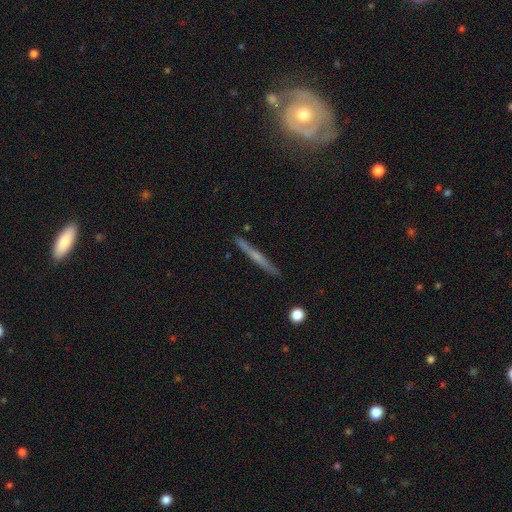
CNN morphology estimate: Smooth or featured? Predicted: featured or disk (p=0.58). Edge-on disk? Predicted: yes (p=0.97). Edge-on bulge? Predicted: none (p=0.51). Merging? Predicted: none (p=0.89).